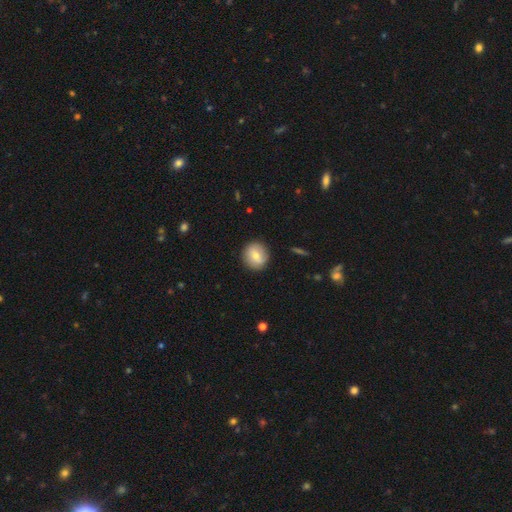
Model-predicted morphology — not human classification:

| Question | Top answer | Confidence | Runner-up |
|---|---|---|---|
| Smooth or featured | smooth | 70% | featured or disk (22%) |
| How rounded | round | 88% | in between (11%) |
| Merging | none | 89% | minor disturbance (7%) |